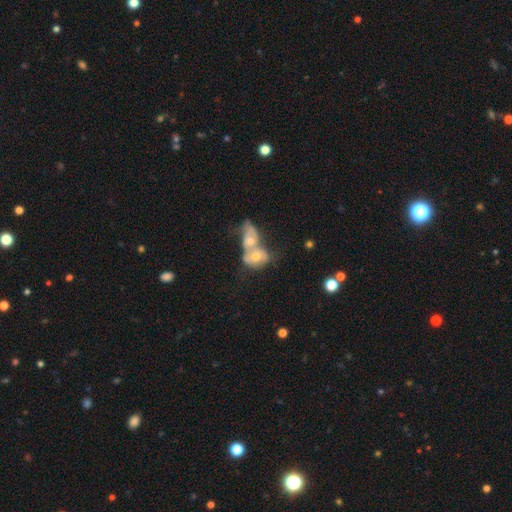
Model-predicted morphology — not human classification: Q: Smooth or featured?
A: featured or disk (48%); runner-up: smooth (36%)
Q: Merging?
A: merger (71%); runner-up: none (16%)